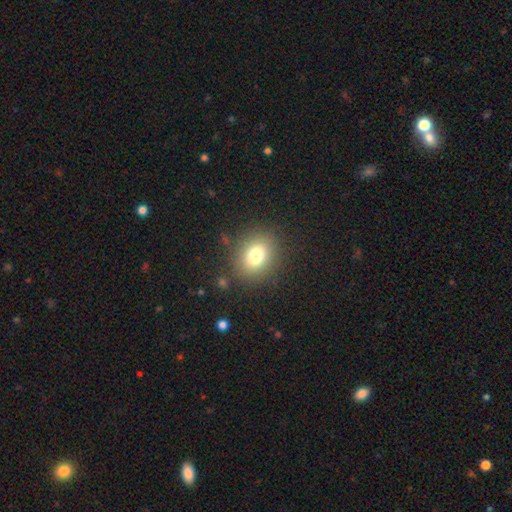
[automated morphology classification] Smooth or featured: smooth — 78% (star or artifact — 12%)
How rounded: round — 57% (in between — 42%)
Merging: none — 85% (minor disturbance — 9%)